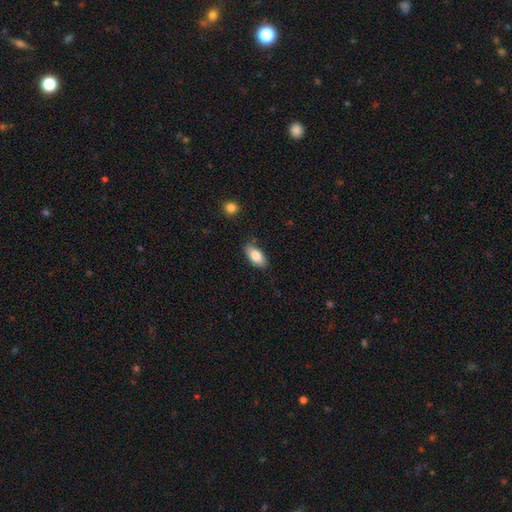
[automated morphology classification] smooth 82%, featured or disk 11%, star or artifact 7%. Down the decision tree: how rounded — in between (89%); merging — none (83%).